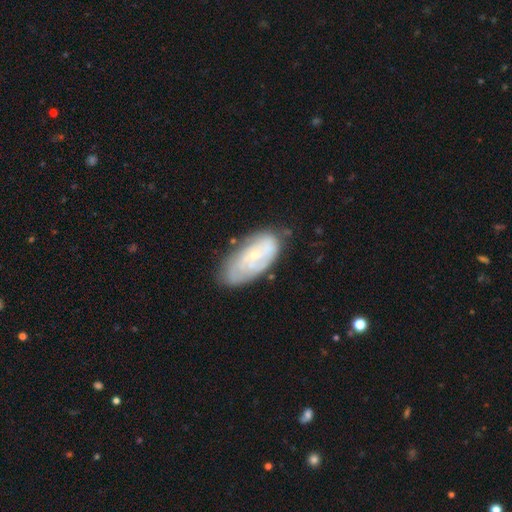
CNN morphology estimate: featured or disk 63%, smooth 30%, star or artifact 7%. Down the decision tree: edge-on disk — no (93%); bar — no (72%); spiral arms — yes (76%); bulge size — small (74%); merging — none (68%).